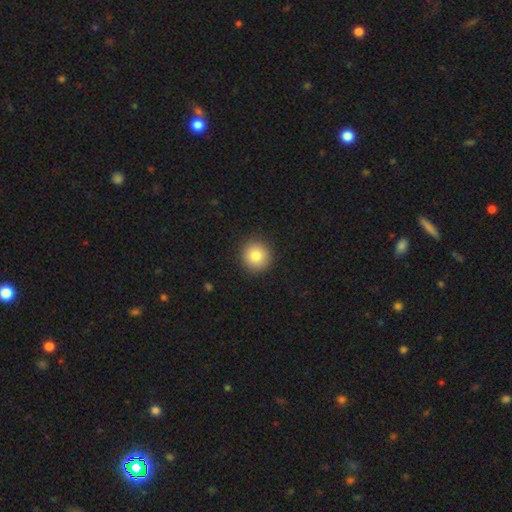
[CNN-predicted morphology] The model was most divided on "smooth or featured": smooth: 83%, star or artifact: 9%, featured or disk: 7%. More confident: how rounded — round (94%); merging — none (92%).